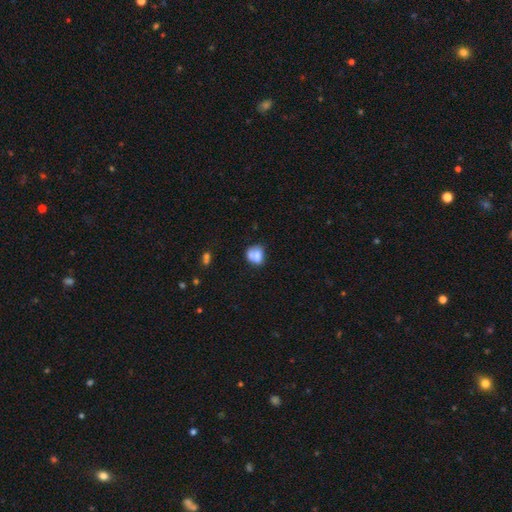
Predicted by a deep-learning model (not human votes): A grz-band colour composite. It shows a smooth galaxy with no disk features (71%) that is round (60%). Merging: none (36%).